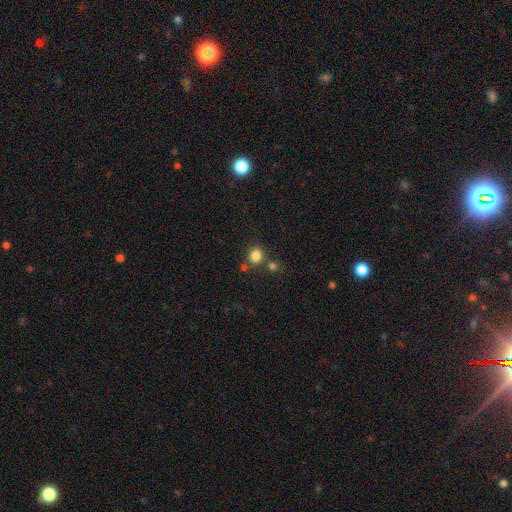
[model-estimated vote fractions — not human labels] This is clearly a smooth galaxy (83%). How rounded: likely round (76%). Merging: likely none (74%).